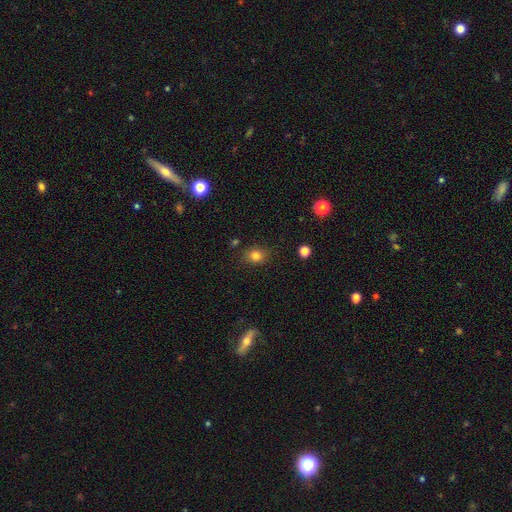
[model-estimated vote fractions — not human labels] smooth 80%, star or artifact 13%, featured or disk 7%. Down the decision tree: how rounded — round (61%); merging — none (82%).